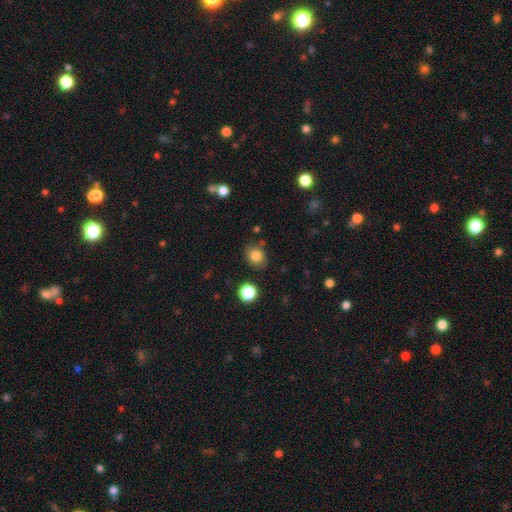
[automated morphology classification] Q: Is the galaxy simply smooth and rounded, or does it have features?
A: smooth — 83%.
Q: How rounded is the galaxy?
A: round — 55%.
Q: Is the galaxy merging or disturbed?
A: none — 79%.